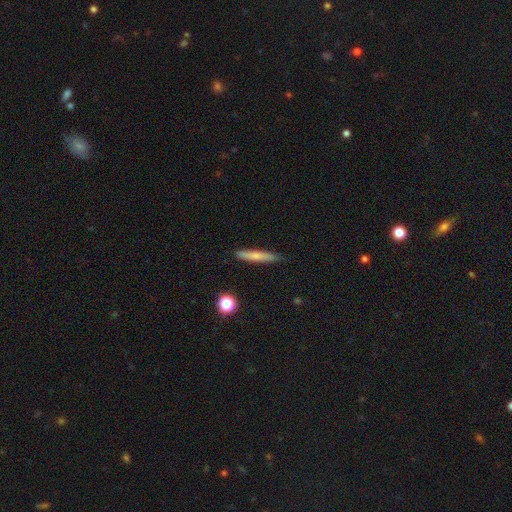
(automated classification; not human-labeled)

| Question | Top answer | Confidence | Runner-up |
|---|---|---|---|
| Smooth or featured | smooth | 68% | featured or disk (25%) |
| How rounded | cigar-shaped | 92% | in between (6%) |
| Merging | none | 85% | minor disturbance (11%) |